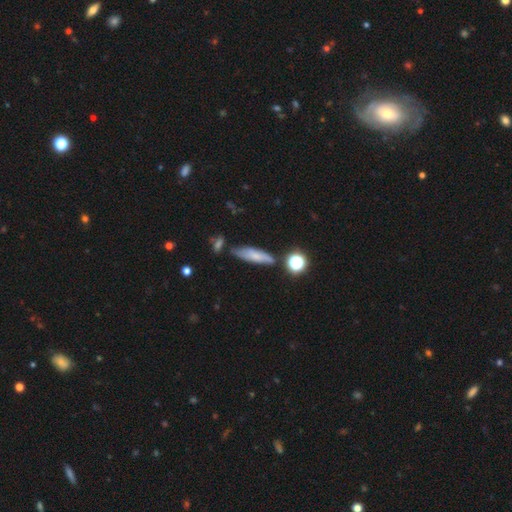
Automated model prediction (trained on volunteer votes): Morphology: type=smooth (68%); roundness=cigar-shaped (65%); merging=none (64%).